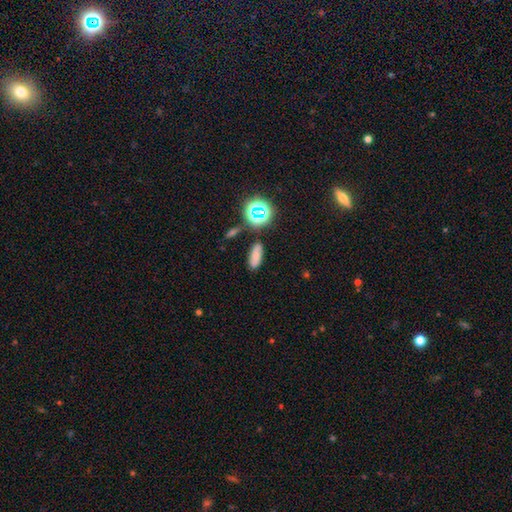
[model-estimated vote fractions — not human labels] Smooth or featured?
  - smooth: 68% *
  - star or artifact: 19%
  - featured or disk: 13%
How rounded?
  - in between: 69% *
  - cigar-shaped: 21%
  - round: 10%
Merging?
  - none: 77% *
  - minor disturbance: 13%
  - merger: 6%
  - major disturbance: 4%